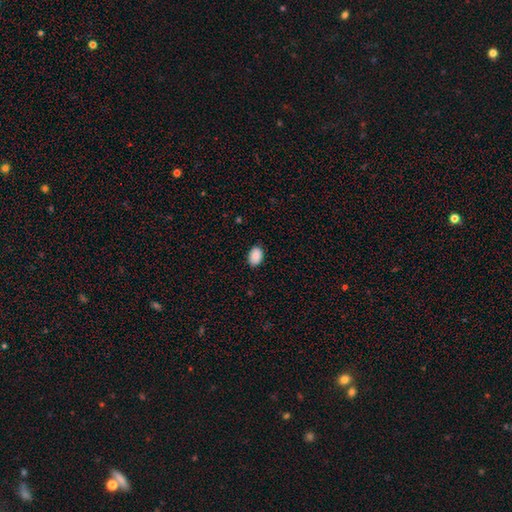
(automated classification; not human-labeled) A smooth galaxy with no disk features (90%) that is in between round and cigar-shaped (84%). Merging: none (87%).